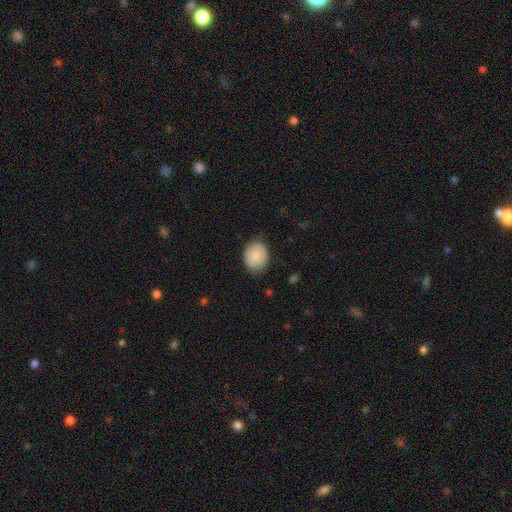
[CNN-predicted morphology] Smooth or featured? Predicted: smooth (p=0.86). How rounded? Predicted: round (p=0.54). Merging? Predicted: none (p=0.81).